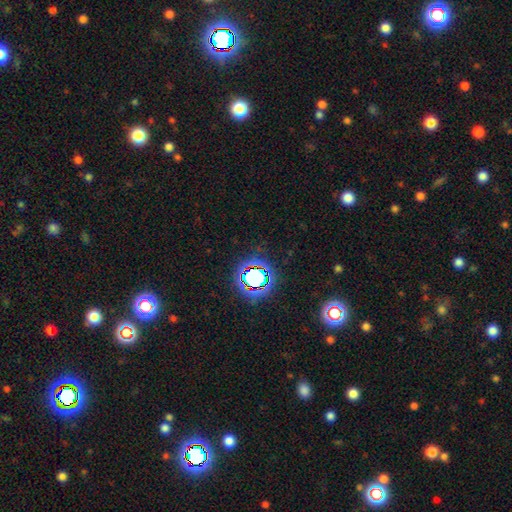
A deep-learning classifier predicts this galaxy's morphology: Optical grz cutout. It shows a star or artifact, not a galaxy (78%).